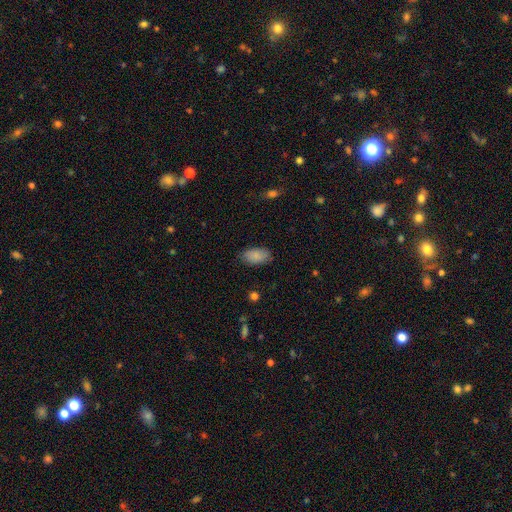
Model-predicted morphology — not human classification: This appears to be a smooth galaxy with no disk features (85%) that is in between round and cigar-shaped (94%). Merging: none (82%).